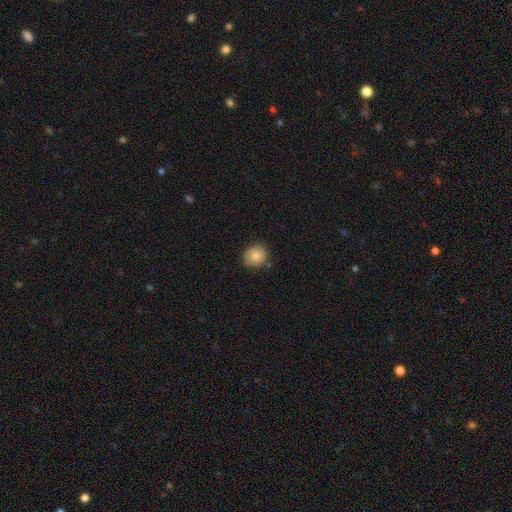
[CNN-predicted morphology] Smooth or featured? smooth (84%)
How rounded? round (74%)
Merging? none (82%)